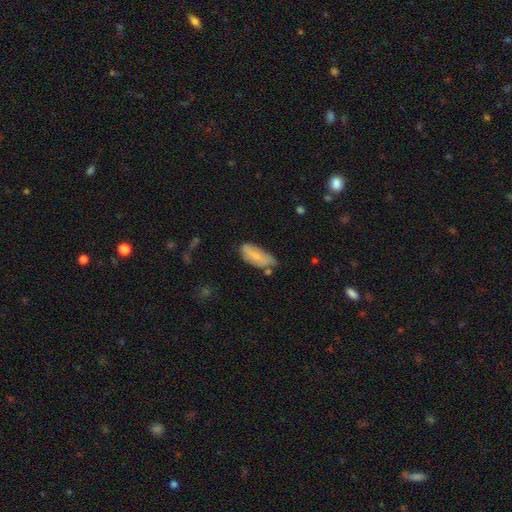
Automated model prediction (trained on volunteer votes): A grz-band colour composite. It shows a smooth galaxy with no disk features (69%) that is in between round and cigar-shaped (84%). Merging: none (53%).